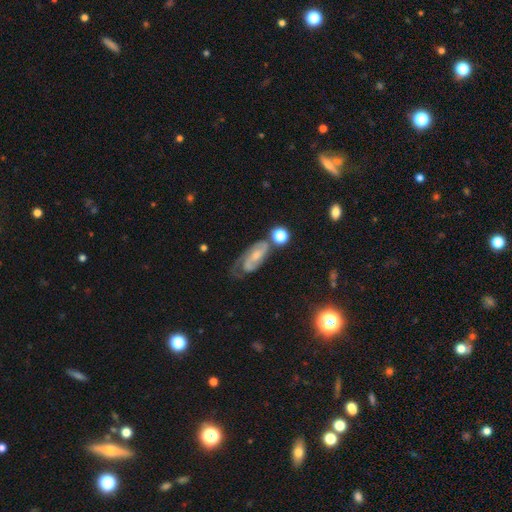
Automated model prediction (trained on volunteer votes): Smooth or featured: featured or disk — 76% (smooth — 16%)
Edge-on disk: no — 93% (yes — 7%)
Bar: no — 54% (weak — 35%)
Spiral arms: yes — 92% (no — 8%)
Spiral winding: medium — 43% (tied with tight — 43%)
Spiral arm count: 2 — 69% (can't tell — 13%)
Bulge size: small — 49% (moderate — 38%)
Merging: none — 51% (minor disturbance — 24%)